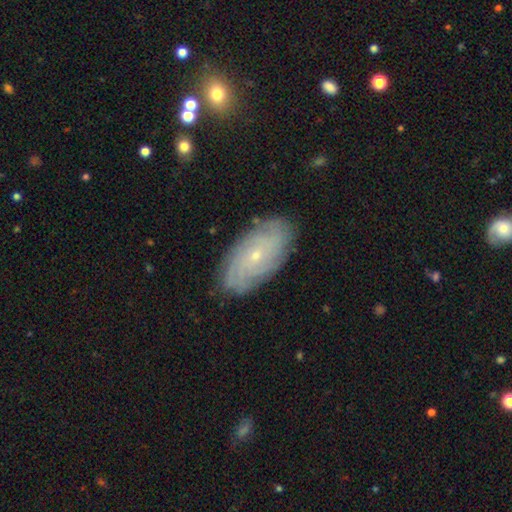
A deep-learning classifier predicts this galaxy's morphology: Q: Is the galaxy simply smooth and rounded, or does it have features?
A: featured or disk — 71%.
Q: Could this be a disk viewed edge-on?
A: no — 93%.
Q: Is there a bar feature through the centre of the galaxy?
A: no — 77%.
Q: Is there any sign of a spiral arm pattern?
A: yes — 90%.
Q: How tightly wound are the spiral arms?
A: tight — 70%.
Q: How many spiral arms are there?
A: can't tell — 51%.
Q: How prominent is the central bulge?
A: small — 78%.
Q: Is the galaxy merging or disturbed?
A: none — 83%.